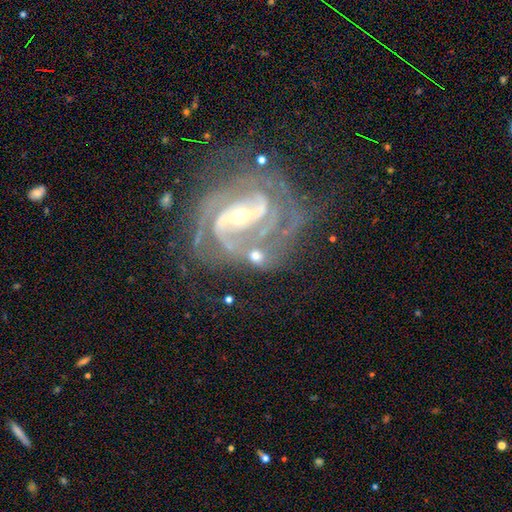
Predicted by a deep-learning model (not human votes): Smooth or featured: featured or disk — 73% (smooth — 18%)
Edge-on disk: no — 96% (yes — 4%)
Bar: strong — 41% (weak — 34%)
Spiral arms: yes — 90% (no — 10%)
Spiral winding: medium — 45% (tight — 40%)
Spiral arm count: 2 — 63% (can't tell — 13%)
Bulge size: moderate — 56% (small — 32%)
Merging: none — 44% (merger — 28%)